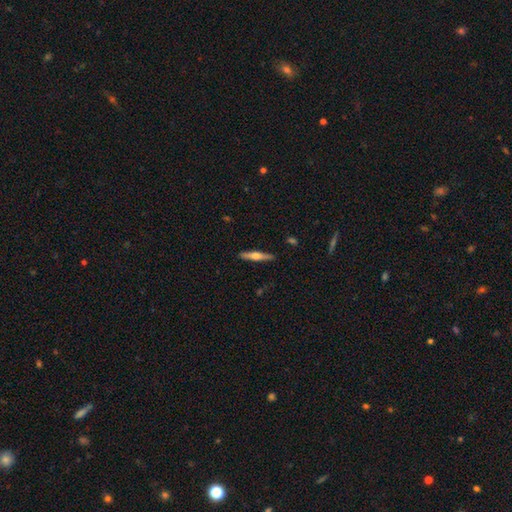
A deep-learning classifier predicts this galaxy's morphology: This is possibly a featured or disk galaxy (48%). Merging: clearly none (89%).